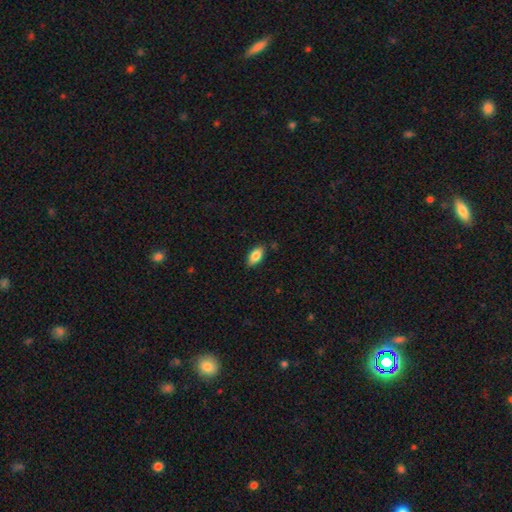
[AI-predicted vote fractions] A smooth galaxy with no disk features (83%) that is in between round and cigar-shaped (90%). Merging: none (86%).